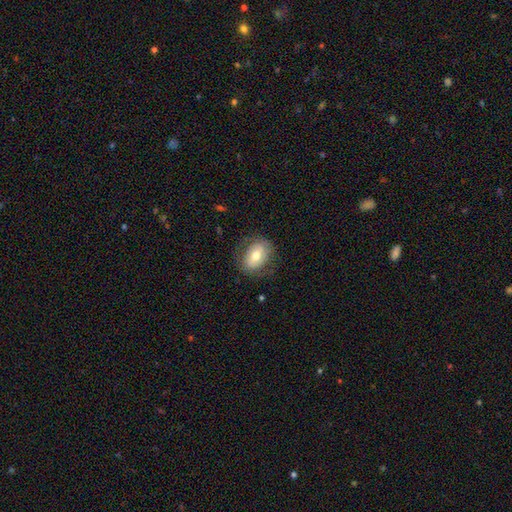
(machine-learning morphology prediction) A smooth galaxy with no disk features (61%) that is in between round and cigar-shaped (74%).

Vote fractions:
- Smooth or featured? smooth: 61% / featured or disk: 31% / star or artifact: 7%
- How rounded? in between: 74% / round: 25% / cigar-shaped: 1%
- Merging? none: 75% / minor disturbance: 17% / major disturbance: 8% / merger: 1%